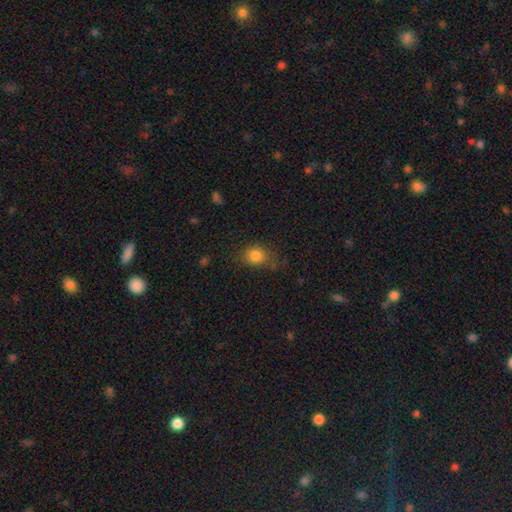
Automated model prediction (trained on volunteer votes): Smooth or featured? Predicted: smooth (p=0.82). How rounded? Predicted: round (p=0.58). Merging? Predicted: none (p=0.70).